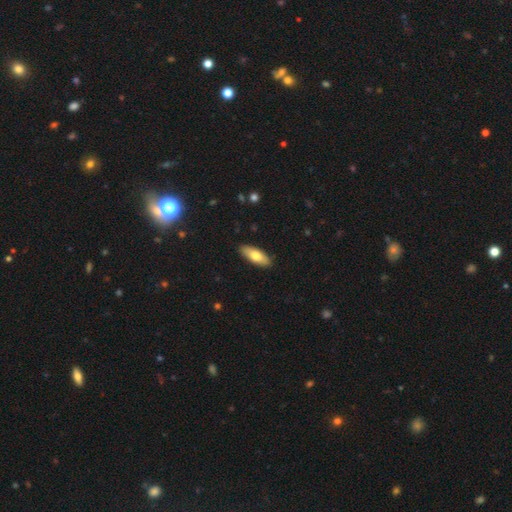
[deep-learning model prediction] A smooth galaxy with no disk features (73%) that is in between round and cigar-shaped (70%). Merging: none (89%).